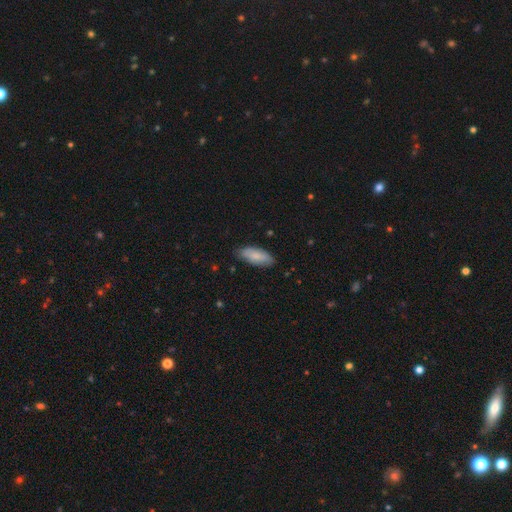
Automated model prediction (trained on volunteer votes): The model was most divided on "merging": none: 79%, minor disturbance: 17%, major disturbance: 3%, merger: 1%. More confident: smooth or featured — smooth (81%); how rounded — in between (81%).